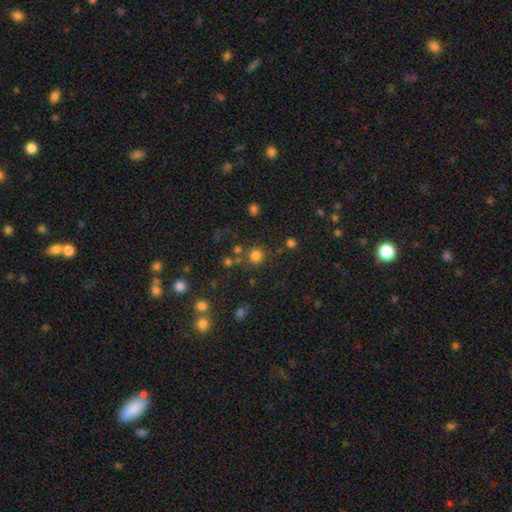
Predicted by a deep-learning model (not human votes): Overall: smooth (78%). How rounded: round (92%). Merging: none (79%).